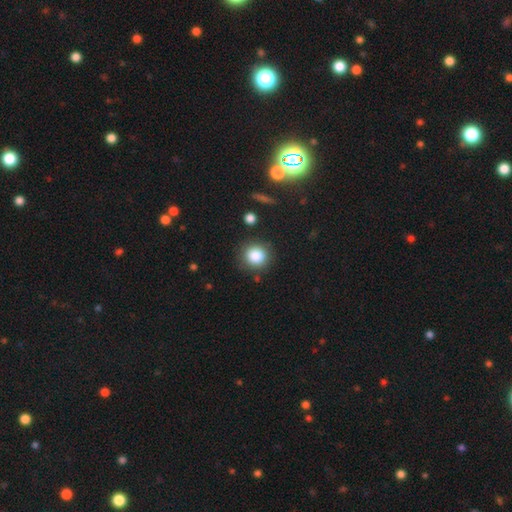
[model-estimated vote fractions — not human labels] Smooth or featured? Predicted: smooth (p=0.85). How rounded? Predicted: round (p=0.86). Merging? Predicted: none (p=0.84).